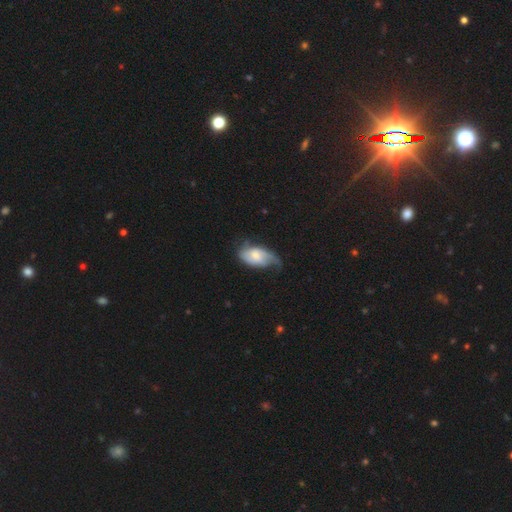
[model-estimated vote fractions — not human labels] Overall: featured or disk (56%; smooth 38%). Edge-on disk: no (94%). Bar: no (58%; weak 35%). Spiral arms: yes (85%). Bulge size: moderate (43%; small 36%). Merging: none (42%; minor disturbance 35%).